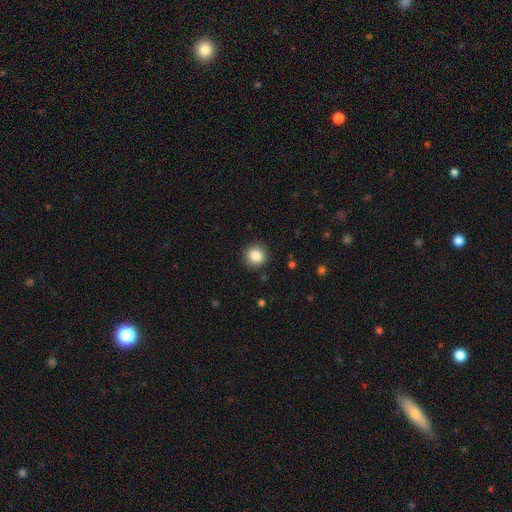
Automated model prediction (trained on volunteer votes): The model was most divided on "smooth or featured": smooth: 85%, star or artifact: 10%, featured or disk: 5%. More confident: how rounded — round (93%); merging — none (91%).